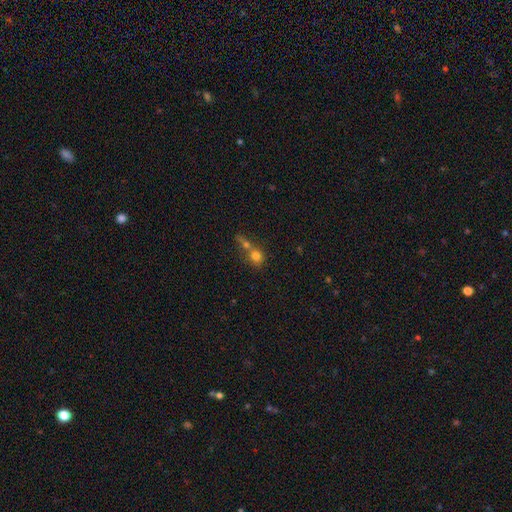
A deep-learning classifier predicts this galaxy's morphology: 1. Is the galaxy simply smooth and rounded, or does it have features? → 74% smooth, 13% featured or disk, 12% star or artifact.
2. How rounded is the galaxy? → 78% round, 20% in between, 2% cigar-shaped.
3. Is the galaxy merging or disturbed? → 56% merger, 33% none, 7% minor disturbance, 4% major disturbance.